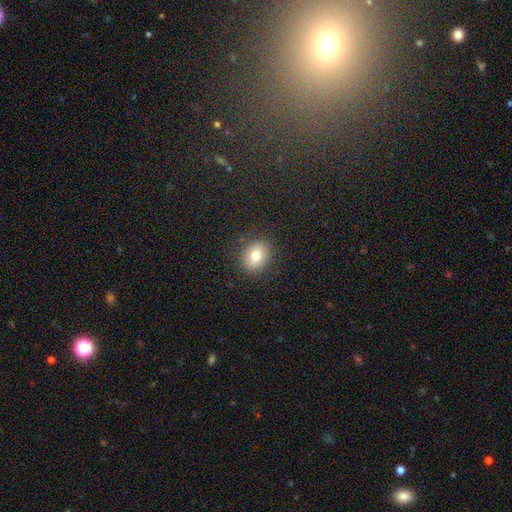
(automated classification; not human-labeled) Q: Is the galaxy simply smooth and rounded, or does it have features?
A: smooth — 80%.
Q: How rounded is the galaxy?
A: in between — 50%.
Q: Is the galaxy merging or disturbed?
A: none — 86%.